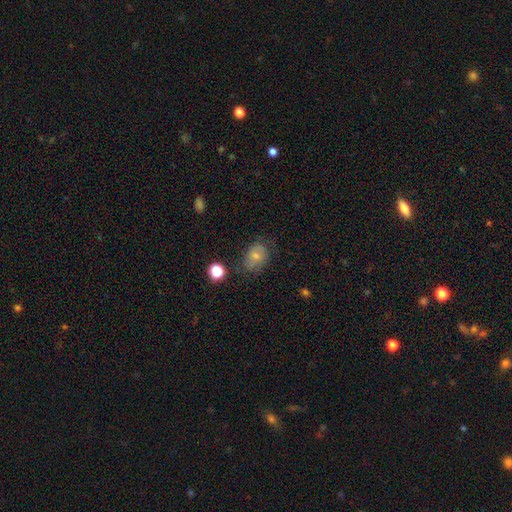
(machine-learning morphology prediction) The model was most divided on "merging": none: 60%, minor disturbance: 26%, major disturbance: 11%, merger: 3%. More confident: smooth or featured — smooth (68%); how rounded — in between (68%).